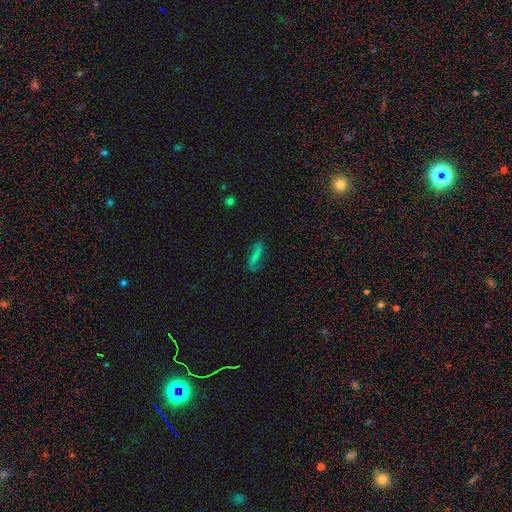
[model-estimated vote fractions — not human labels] smooth-or-featured: smooth: 55% | featured or disk: 33% | star or artifact: 12%
  how-rounded: cigar-shaped: 67% | in between: 29% | round: 4%
  merging: none: 60% | minor disturbance: 24% | major disturbance: 12% | merger: 4%